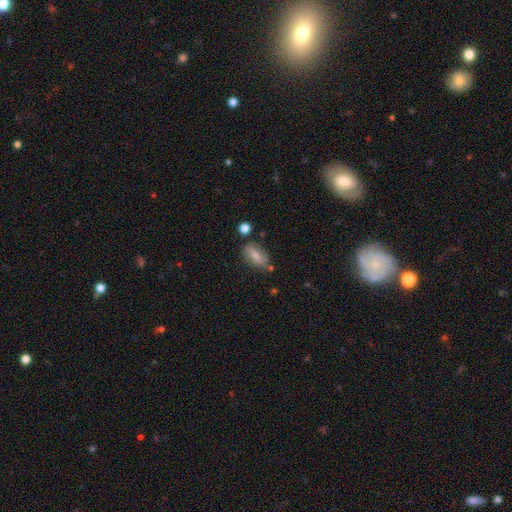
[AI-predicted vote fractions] A smooth galaxy with no disk features (64%) that is in between round and cigar-shaped (84%).

Vote fractions:
- Smooth or featured? smooth: 64% / featured or disk: 27% / star or artifact: 8%
- How rounded? in between: 84% / cigar-shaped: 8% / round: 8%
- Merging? none: 70% / minor disturbance: 20% / merger: 6% / major disturbance: 5%